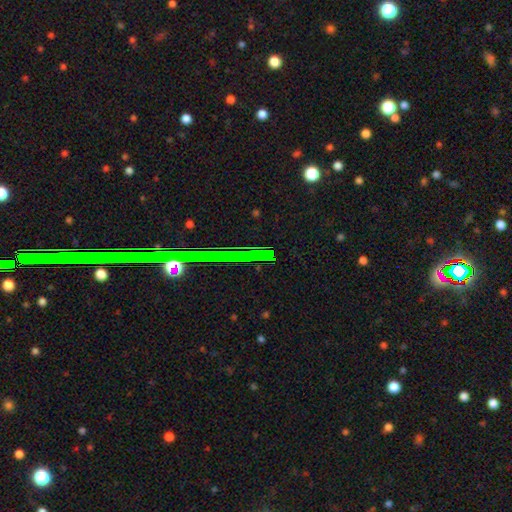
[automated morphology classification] star or artifact 69%, featured or disk 17%, smooth 14%.